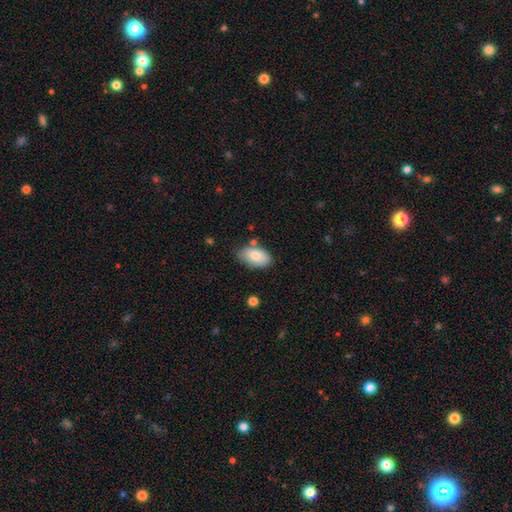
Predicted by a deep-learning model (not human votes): smooth_or_featured: smooth (p=0.80) [alt: featured or disk p=0.14]
how_rounded: in between (p=0.93) [alt: round p=0.05]
merging: none (p=0.74) [alt: minor disturbance p=0.18]